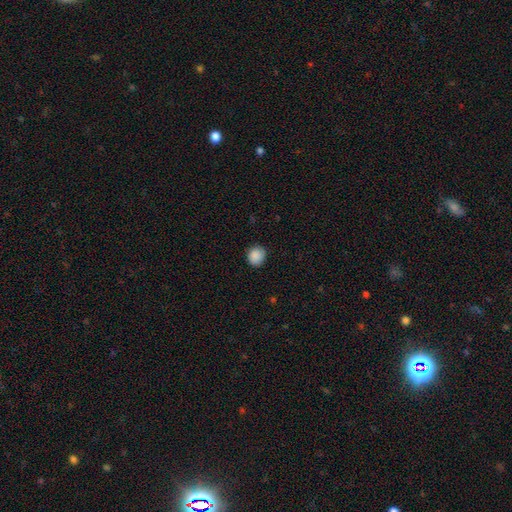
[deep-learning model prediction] This appears to be a smooth galaxy with no disk features (88%) that is round (78%). Merging: none (84%).